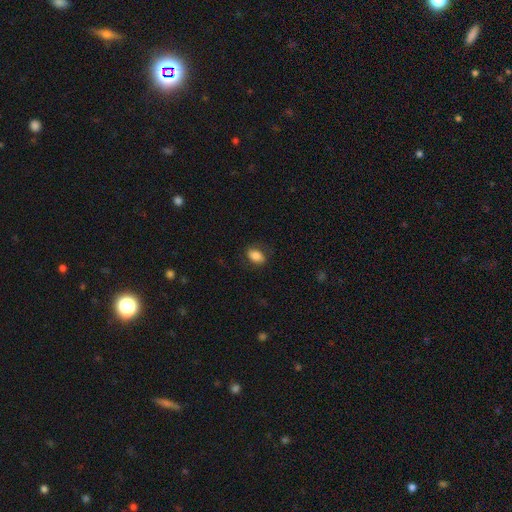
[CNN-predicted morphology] smooth_or_featured: smooth (p=0.83) [alt: featured or disk p=0.08]
how_rounded: in between (p=0.83) [alt: round p=0.15]
merging: none (p=0.79) [alt: minor disturbance p=0.15]